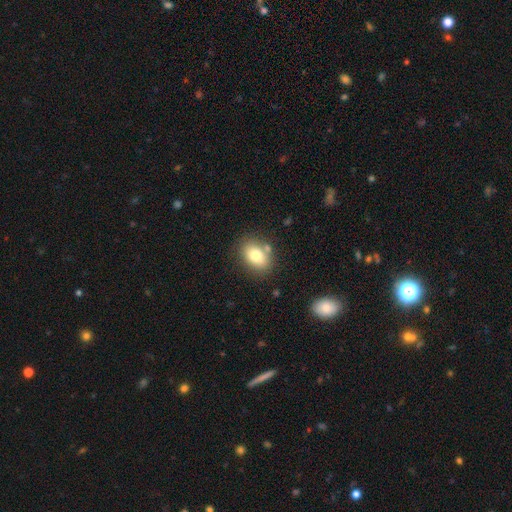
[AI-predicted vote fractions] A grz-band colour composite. It shows a smooth galaxy with no disk features (79%) that is in between round and cigar-shaped (73%). Merging: none (76%).